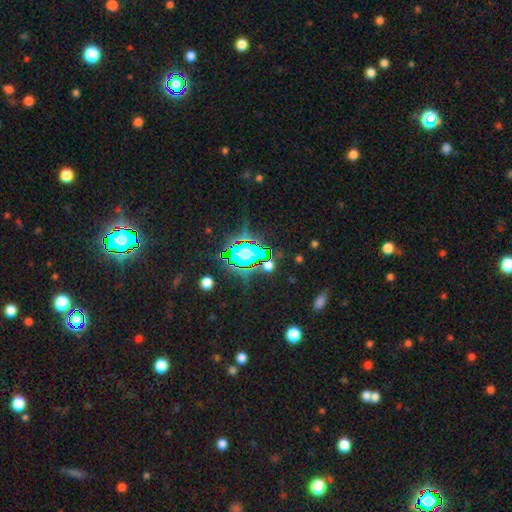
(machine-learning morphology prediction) Smooth or featured: star or artifact — 79% (smooth — 13%)